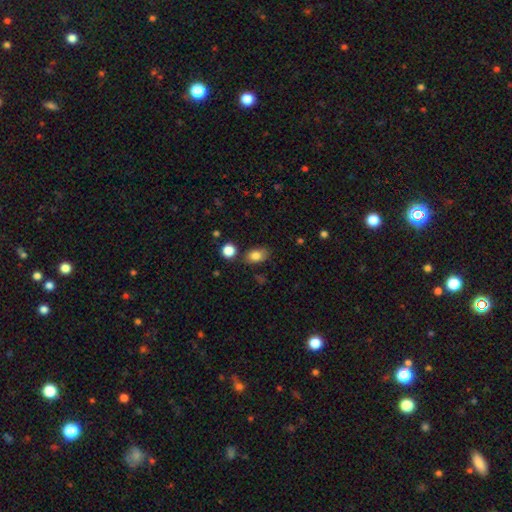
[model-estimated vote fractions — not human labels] A smooth galaxy with no disk features (83%) that is in between round and cigar-shaped (84%).

Vote fractions:
- Smooth or featured? smooth: 83% / star or artifact: 10% / featured or disk: 8%
- How rounded? in between: 84% / round: 15% / cigar-shaped: 2%
- Merging? none: 76% / minor disturbance: 15% / merger: 6% / major disturbance: 4%